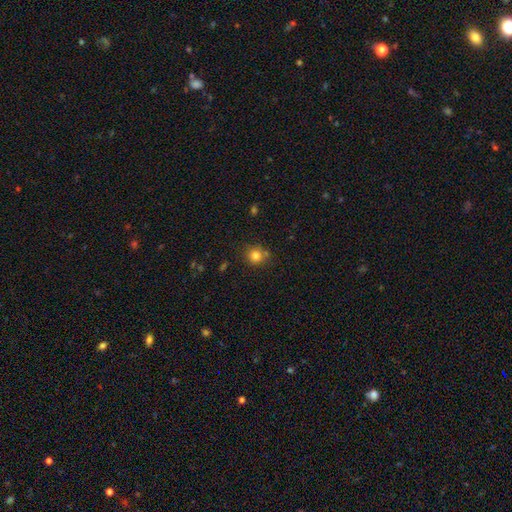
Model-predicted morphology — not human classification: The model was most divided on "merging": none: 76%, minor disturbance: 12%, merger: 9%, major disturbance: 3%. More confident: how rounded — round (87%); smooth or featured — smooth (80%).